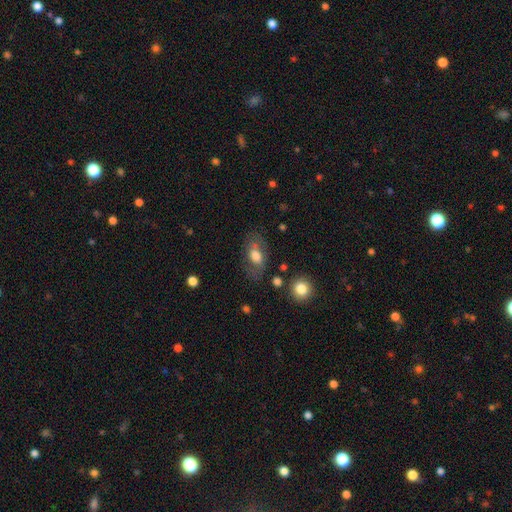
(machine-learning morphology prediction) type=smooth (63%); roundness=in between (86%); merging=none (64%).